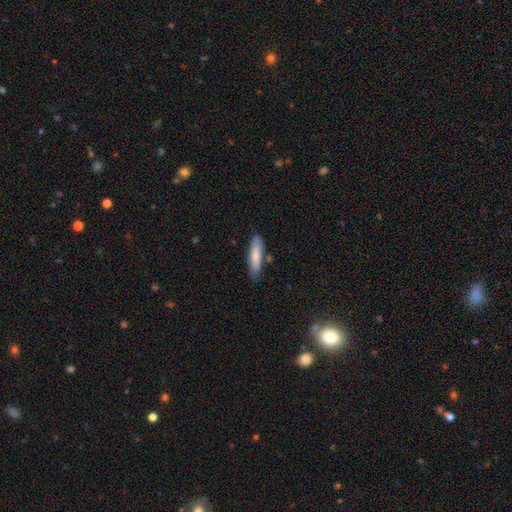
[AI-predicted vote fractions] Morphology: type=smooth (77%); roundness=cigar-shaped (71%); merging=none (78%).